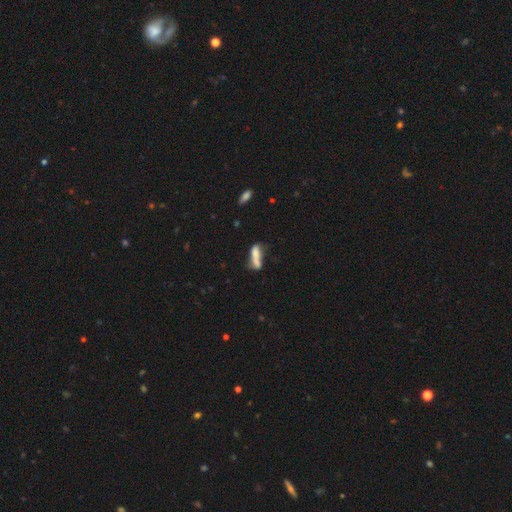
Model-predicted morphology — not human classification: type=smooth (70%); roundness=cigar-shaped (54%); merging=none (33%).